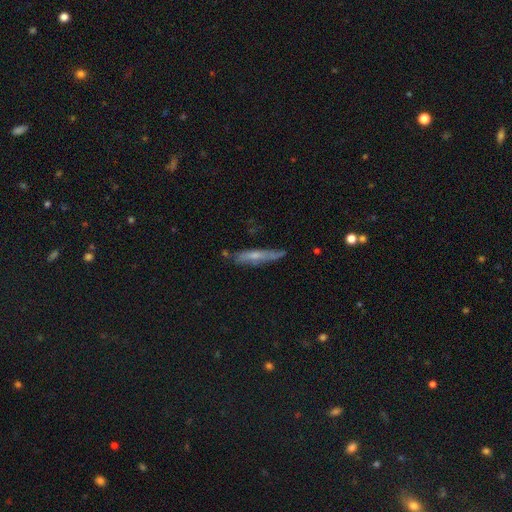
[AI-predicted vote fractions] A featured or disk galaxy (47%). Merging: none (68%).